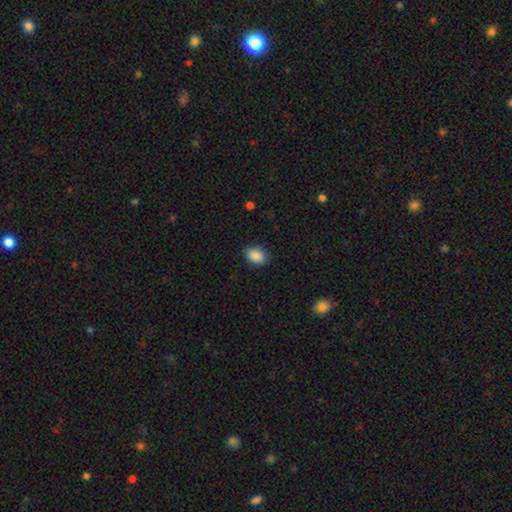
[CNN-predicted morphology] smooth-or-featured: smooth: 90% | star or artifact: 8% | featured or disk: 3%
  how-rounded: in between: 80% | round: 19% | cigar-shaped: 1%
  merging: none: 86% | minor disturbance: 10% | major disturbance: 2% | merger: 1%